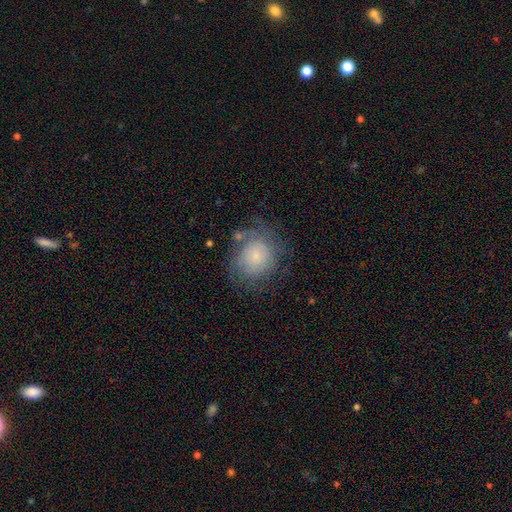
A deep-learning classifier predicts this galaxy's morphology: Q: Smooth or featured?
A: smooth (67%); runner-up: featured or disk (24%)
Q: How rounded?
A: round (75%); runner-up: in between (24%)
Q: Merging?
A: none (59%); runner-up: minor disturbance (23%)